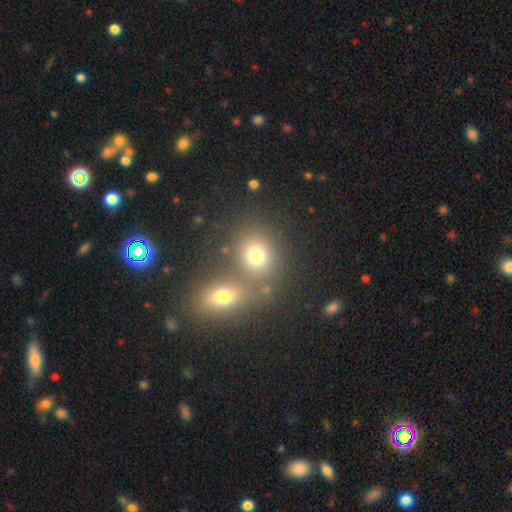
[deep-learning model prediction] Smooth or featured? smooth (75%)
How rounded? round (70%)
Merging? none (48%)